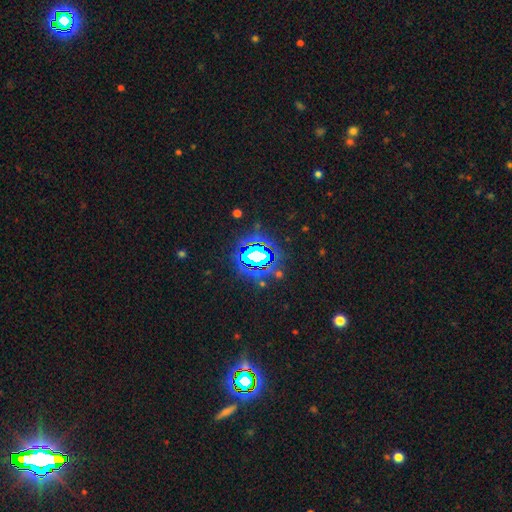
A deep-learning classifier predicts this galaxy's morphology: This is likely a star or artifact rather than a galaxy (74%).